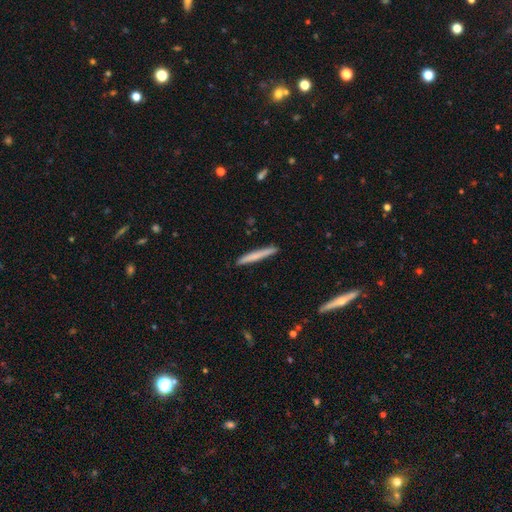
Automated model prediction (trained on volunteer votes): The model was most divided on "smooth or featured": smooth: 66%, featured or disk: 28%, star or artifact: 6%. More confident: how rounded — cigar-shaped (97%); merging — none (90%).